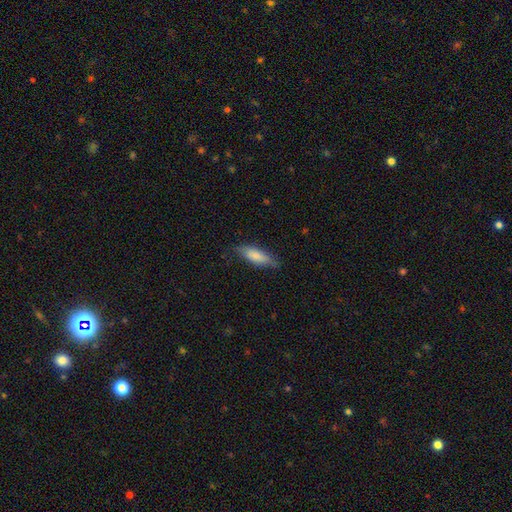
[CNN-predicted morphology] type=smooth (77%); roundness=in between (58%); merging=none (74%).